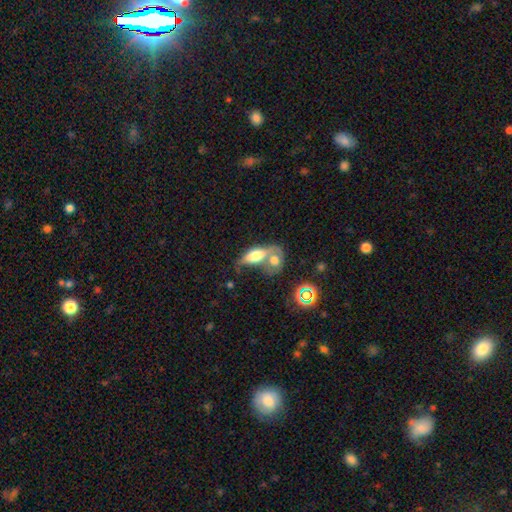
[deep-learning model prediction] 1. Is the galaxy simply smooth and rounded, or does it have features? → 59% smooth, 32% featured or disk, 9% star or artifact.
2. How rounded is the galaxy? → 74% in between, 19% cigar-shaped, 7% round.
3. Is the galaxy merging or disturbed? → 60% merger, 22% none, 10% minor disturbance, 8% major disturbance.